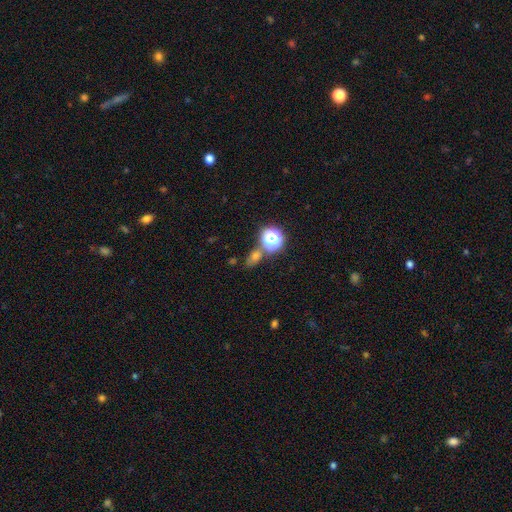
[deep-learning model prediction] This is possibly a smooth galaxy (57%). How rounded: possibly in between (56%). Merging: likely none (68%).